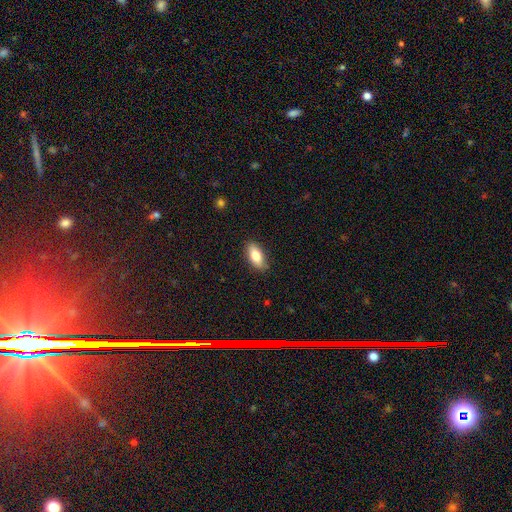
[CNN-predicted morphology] A smooth galaxy with no disk features (80%) that is in between round and cigar-shaped (86%).

Vote fractions:
- Smooth or featured? smooth: 80% / featured or disk: 13% / star or artifact: 7%
- How rounded? in between: 86% / cigar-shaped: 11% / round: 3%
- Merging? none: 87% / minor disturbance: 10% / major disturbance: 2% / merger: 1%